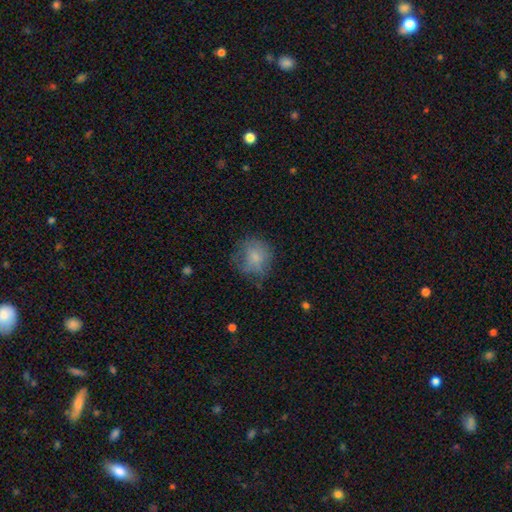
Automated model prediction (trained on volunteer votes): smooth 75%, featured or disk 16%, star or artifact 9%. Down the decision tree: how rounded — round (82%); merging — none (61%).